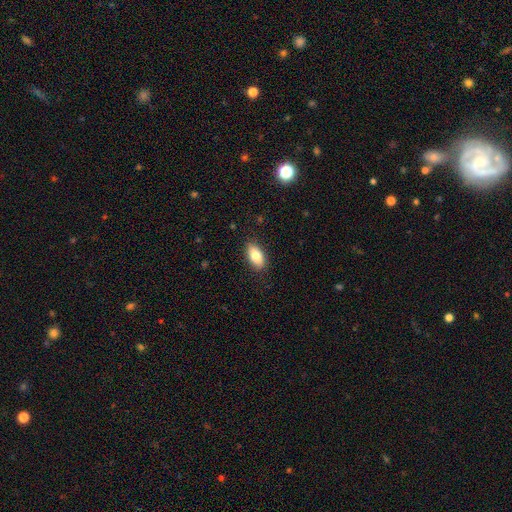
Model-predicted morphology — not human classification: Smooth or featured? Predicted: smooth (p=0.80). How rounded? Predicted: in between (p=0.89). Merging? Predicted: none (p=0.87).